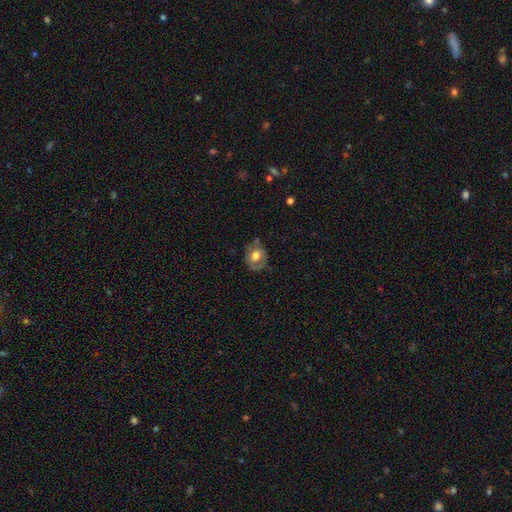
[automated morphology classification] This appears to be a smooth galaxy with no disk features (56%) that is round (53%). Merging: none (64%).